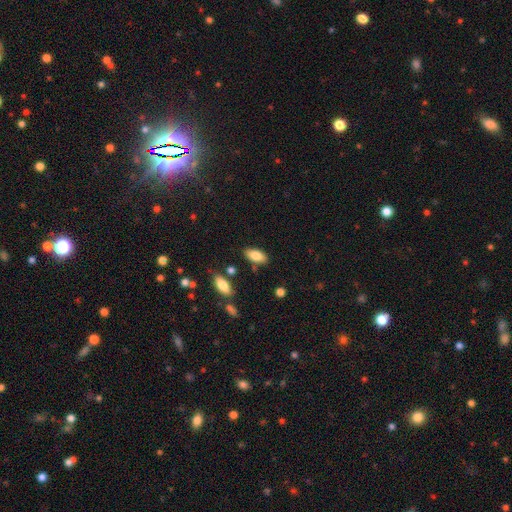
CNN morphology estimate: A smooth galaxy with no disk features (81%) that is in between round and cigar-shaped (90%). Merging: none (82%).